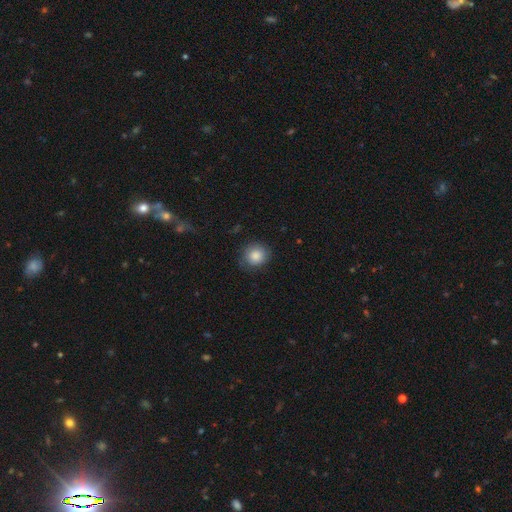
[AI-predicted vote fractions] A smooth galaxy with no disk features (85%) that is round (80%).

Vote fractions:
- Smooth or featured? smooth: 85% / star or artifact: 8% / featured or disk: 7%
- How rounded? round: 80% / in between: 19% / cigar-shaped: 1%
- Merging? none: 77% / minor disturbance: 17% / major disturbance: 5% / merger: 1%